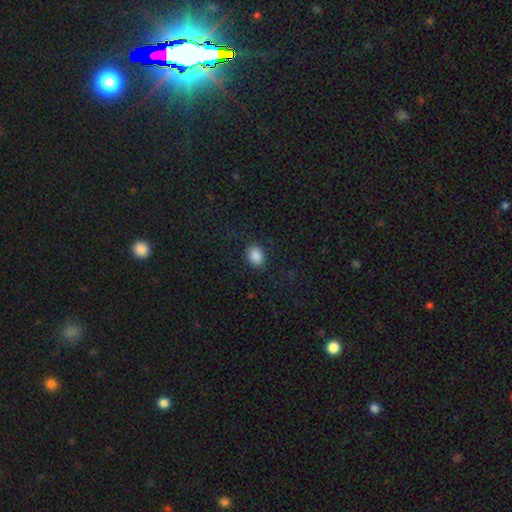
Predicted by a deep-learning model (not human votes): The model was most divided on "how rounded": in between: 70%, round: 29%, cigar-shaped: 1%. More confident: smooth or featured — smooth (86%); merging — none (85%).